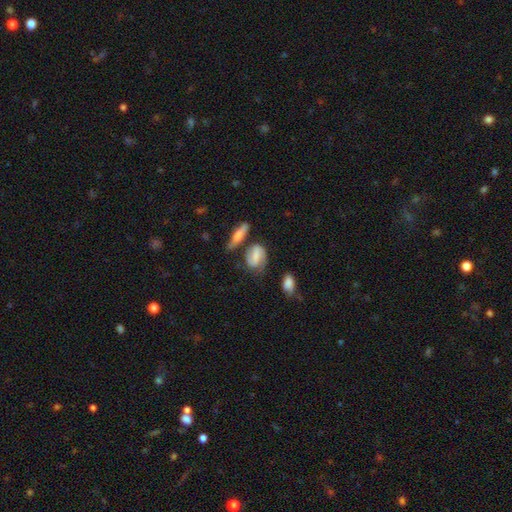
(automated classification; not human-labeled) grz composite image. It shows a featured or disk galaxy (46%, tied with smooth). Merging: none (56%).